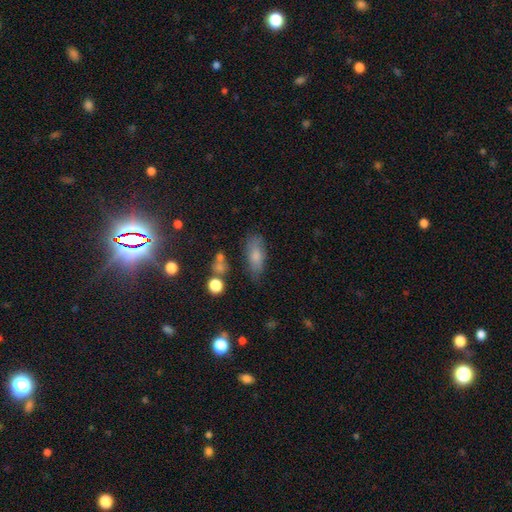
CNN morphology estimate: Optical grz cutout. It shows a smooth galaxy with no disk features (73%) that is in between round and cigar-shaped (80%). Merging: none (65%).